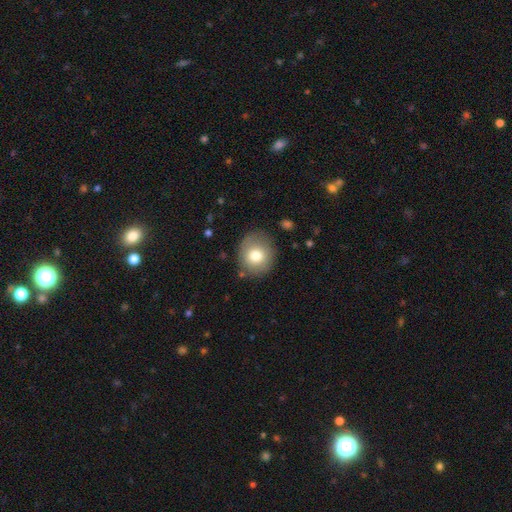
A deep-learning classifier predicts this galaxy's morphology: Smooth or featured?
  - smooth: 77% *
  - featured or disk: 14%
  - star or artifact: 9%
How rounded?
  - round: 80% *
  - in between: 19%
  - cigar-shaped: 1%
Merging?
  - none: 81% *
  - minor disturbance: 13%
  - major disturbance: 4%
  - merger: 2%